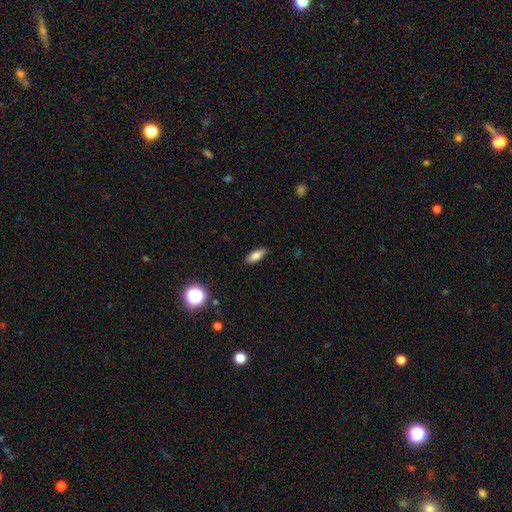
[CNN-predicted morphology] Smooth or featured?
  - smooth: 77% *
  - featured or disk: 15%
  - star or artifact: 9%
How rounded?
  - in between: 76% *
  - cigar-shaped: 21%
  - round: 3%
Merging?
  - none: 86% *
  - minor disturbance: 10%
  - major disturbance: 2%
  - merger: 1%